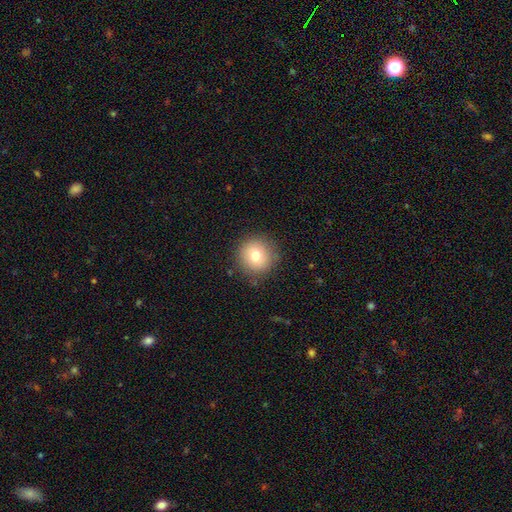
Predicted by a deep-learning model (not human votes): smooth_or_featured: smooth (p=0.76) [alt: featured or disk p=0.13]
how_rounded: round (p=0.93) [alt: in between p=0.06]
merging: none (p=0.88) [alt: minor disturbance p=0.08]